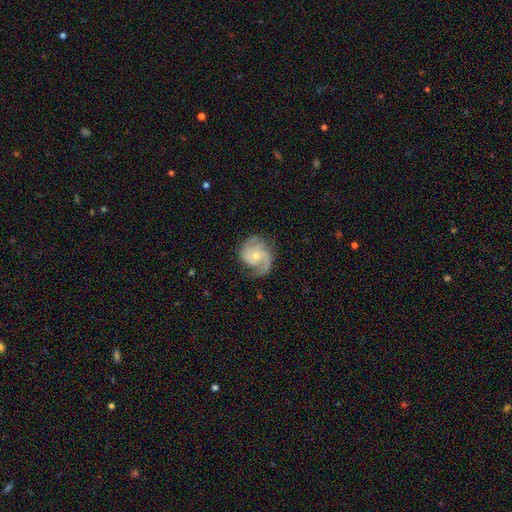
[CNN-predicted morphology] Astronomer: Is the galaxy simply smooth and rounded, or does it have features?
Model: featured or disk — 86%.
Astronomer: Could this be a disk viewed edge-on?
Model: no — 98%.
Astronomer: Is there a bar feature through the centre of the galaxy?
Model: no — 68%.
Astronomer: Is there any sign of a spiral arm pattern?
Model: yes — 97%.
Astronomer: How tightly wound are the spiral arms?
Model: medium — 51% (runner-up: tight, 34%).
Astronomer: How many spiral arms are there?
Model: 2 — 54%.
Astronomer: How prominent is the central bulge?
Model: small — 55% (runner-up: moderate, 41%).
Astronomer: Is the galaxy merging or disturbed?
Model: none — 73%.